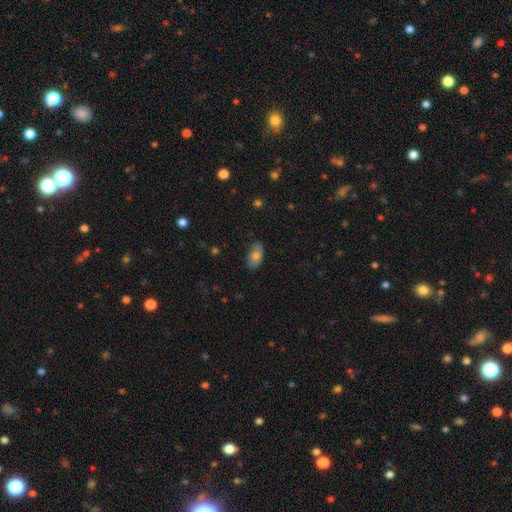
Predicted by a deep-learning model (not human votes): Smooth or featured: smooth — 76% (featured or disk — 17%)
How rounded: in between — 92% (round — 4%)
Merging: none — 78% (minor disturbance — 18%)